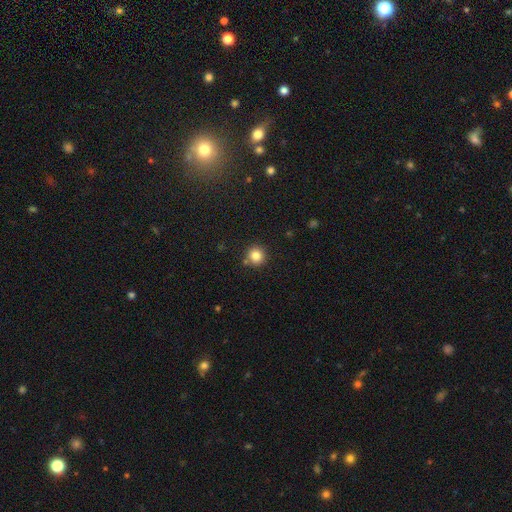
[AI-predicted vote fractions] A smooth galaxy with no disk features (83%) that is round (94%). Merging: none (84%).